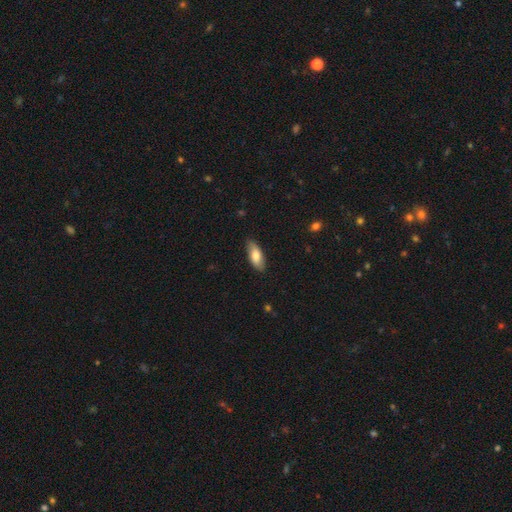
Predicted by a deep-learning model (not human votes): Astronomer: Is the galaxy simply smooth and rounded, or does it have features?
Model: smooth — 74%.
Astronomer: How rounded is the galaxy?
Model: in between — 79%.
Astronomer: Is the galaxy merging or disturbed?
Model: none — 81%.